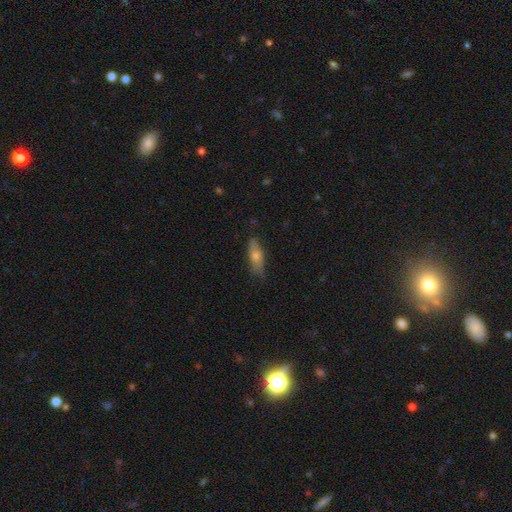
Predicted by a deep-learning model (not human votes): Q: Smooth or featured?
A: smooth (53%); runner-up: featured or disk (39%)
Q: How rounded?
A: cigar-shaped (51%); runner-up: in between (46%)
Q: Merging?
A: none (77%); runner-up: minor disturbance (18%)